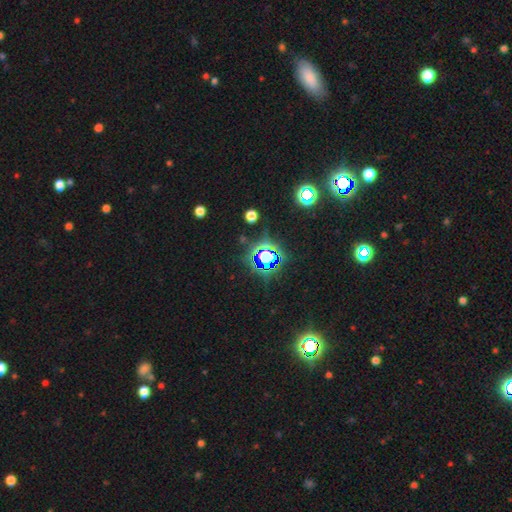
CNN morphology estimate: Overall: star or artifact (80%).